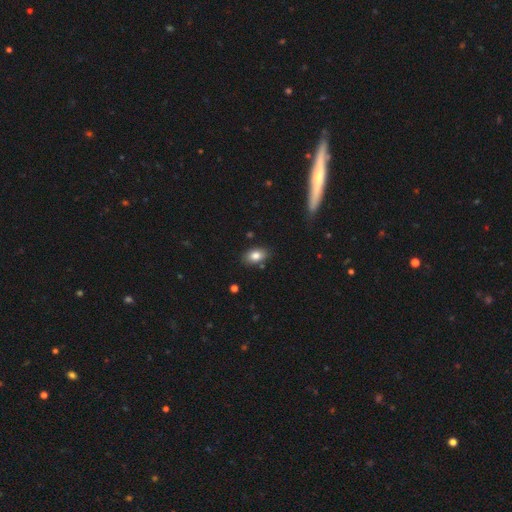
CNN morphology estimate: smooth_or_featured: smooth (p=0.83) [alt: featured or disk p=0.09]
how_rounded: in between (p=0.87) [alt: round p=0.12]
merging: none (p=0.83) [alt: minor disturbance p=0.12]